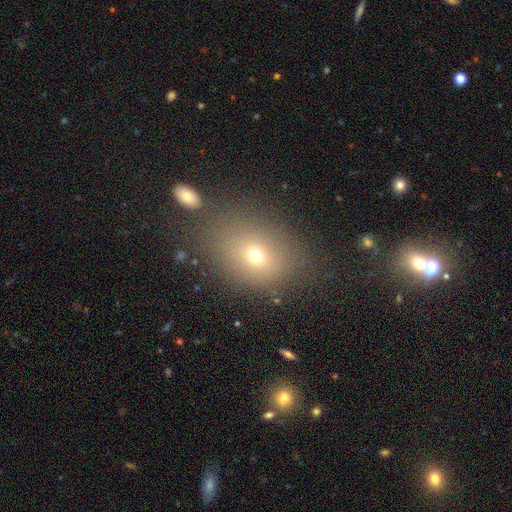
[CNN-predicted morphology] A smooth galaxy with no disk features (66%) that is in between round and cigar-shaped (55%). Merging: none (72%).